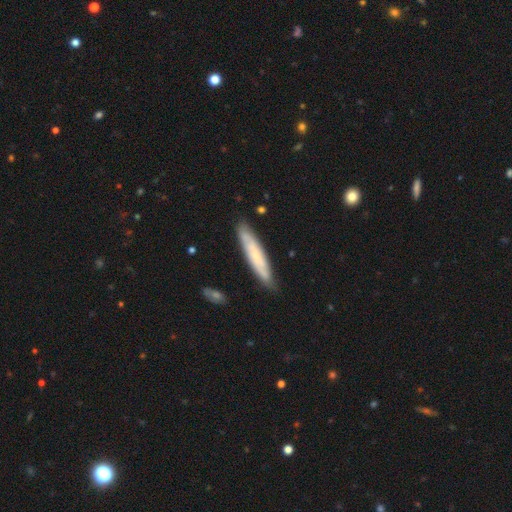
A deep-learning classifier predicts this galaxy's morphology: Overall: smooth (49%; featured or disk 44%). Merging: none (82%).